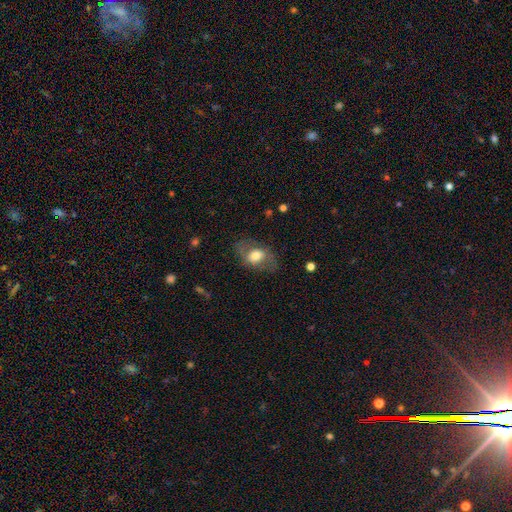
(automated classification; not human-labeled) A smooth galaxy with no disk features (56%) that is in between round and cigar-shaped (74%). Merging: none (69%).